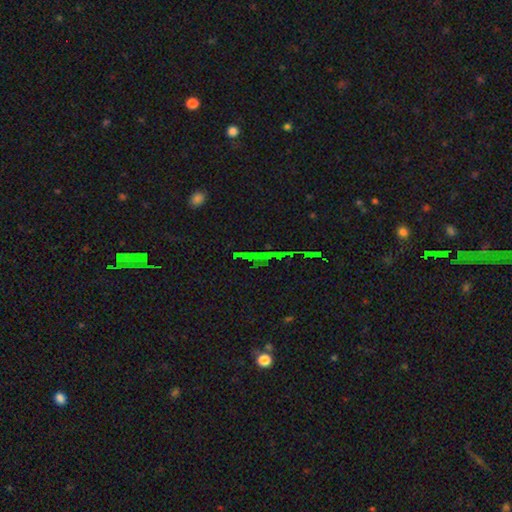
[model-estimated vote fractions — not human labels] Smooth or featured: star or artifact — 66% (smooth — 18%)